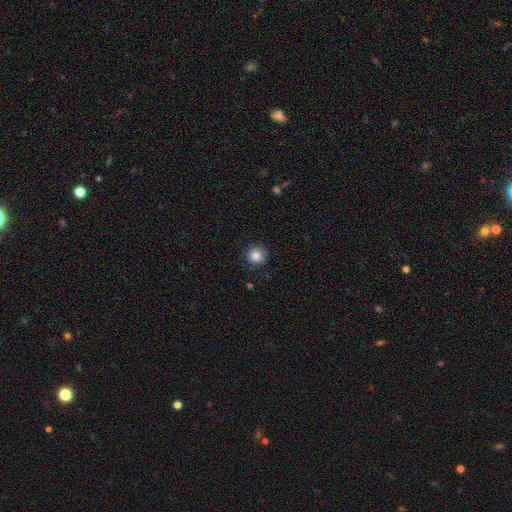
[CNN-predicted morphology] Smooth or featured? Predicted: smooth (p=0.86). How rounded? Predicted: round (p=0.95). Merging? Predicted: none (p=0.89).